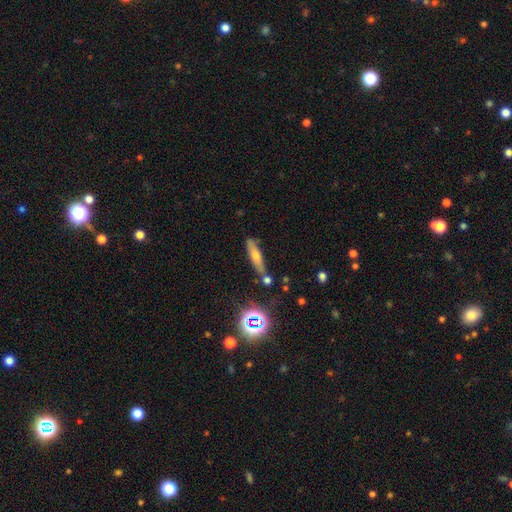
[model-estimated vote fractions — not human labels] This is possibly a smooth galaxy (47%). Merging: likely none (74%).